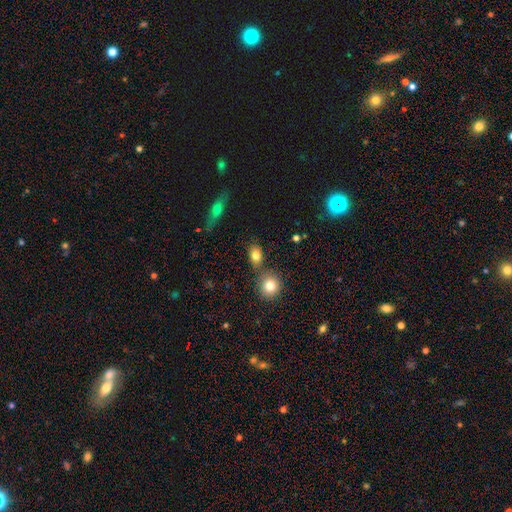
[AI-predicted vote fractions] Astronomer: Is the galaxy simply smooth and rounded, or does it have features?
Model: smooth — 81%.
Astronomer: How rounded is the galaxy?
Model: in between — 65%.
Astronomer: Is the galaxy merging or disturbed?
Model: none — 67%.